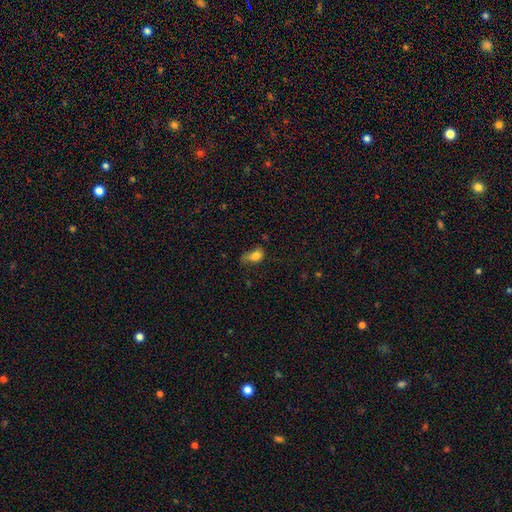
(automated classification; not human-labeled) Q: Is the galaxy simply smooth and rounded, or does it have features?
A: smooth — 77%.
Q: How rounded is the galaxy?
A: in between — 77%.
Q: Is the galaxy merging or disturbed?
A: minor disturbance — 38%.